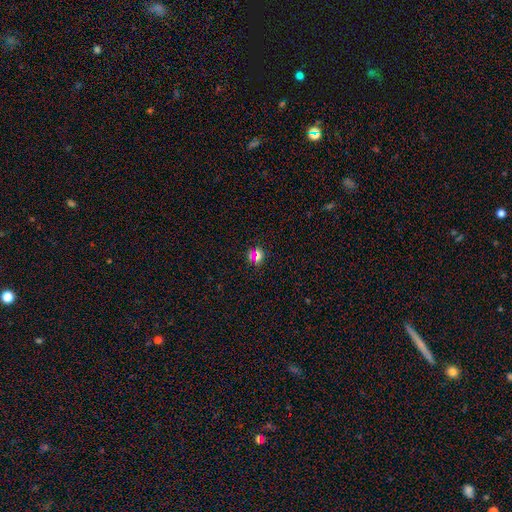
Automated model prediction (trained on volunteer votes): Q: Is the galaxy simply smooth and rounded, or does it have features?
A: smooth — 54%.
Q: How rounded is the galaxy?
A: round — 79%.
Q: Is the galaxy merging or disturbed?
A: none — 81%.